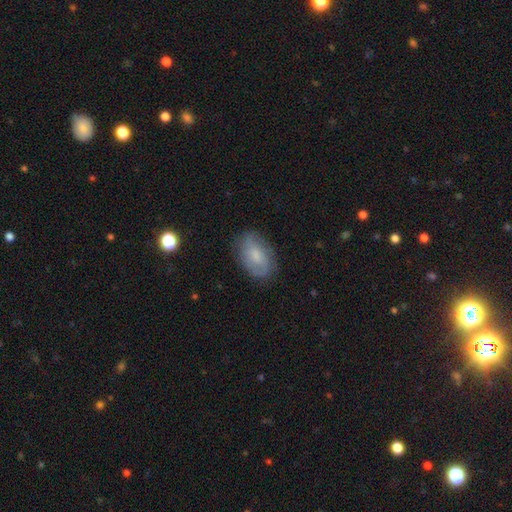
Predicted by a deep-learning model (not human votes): Overall: smooth (52%; featured or disk 40%). How rounded: in between (91%). Merging: none (75%).